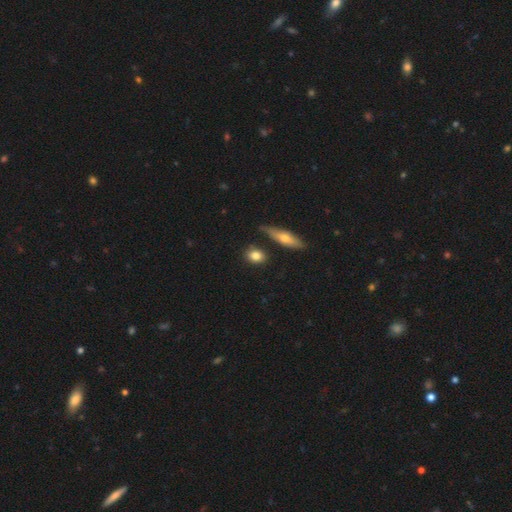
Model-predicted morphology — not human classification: Smooth or featured? smooth (81%)
How rounded? in between (51%)
Merging? none (78%)